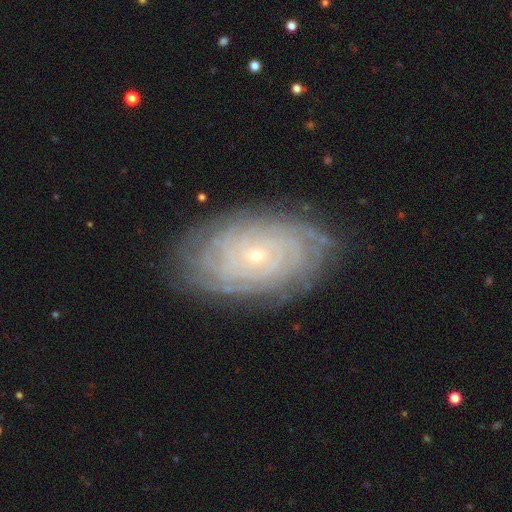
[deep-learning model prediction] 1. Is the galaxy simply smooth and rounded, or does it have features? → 87% featured or disk, 7% smooth, 6% star or artifact.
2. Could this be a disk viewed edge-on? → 96% no, 4% yes.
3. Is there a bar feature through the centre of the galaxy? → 79% no, 16% weak, 5% strong.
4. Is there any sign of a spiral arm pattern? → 97% yes, 3% no.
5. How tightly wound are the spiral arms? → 89% tight, 9% medium, 2% loose.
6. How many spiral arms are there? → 30% can't tell, 29% more than 4, 17% 4, 9% 3, 9% 2, 7% 1.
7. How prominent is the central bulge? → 77% small, 20% moderate, 1% large, 1% none, 1% dominant.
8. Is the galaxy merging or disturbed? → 84% none, 11% minor disturbance, 3% major disturbance, 1% merger.